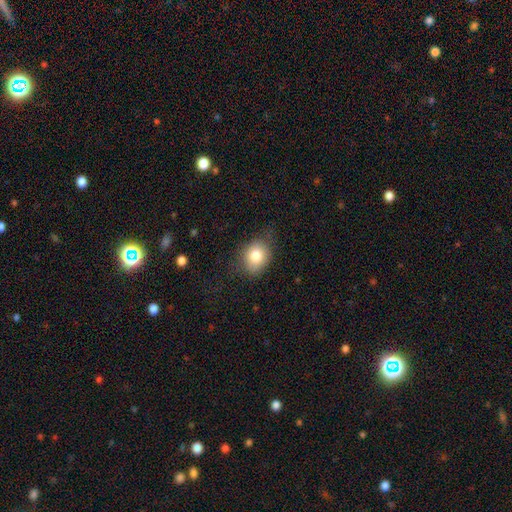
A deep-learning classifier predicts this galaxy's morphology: smooth-or-featured: smooth: 80% | featured or disk: 11% | star or artifact: 9%
  how-rounded: round: 51% | in between: 48% | cigar-shaped: 1%
  merging: none: 70% | minor disturbance: 22% | major disturbance: 7% | merger: 1%